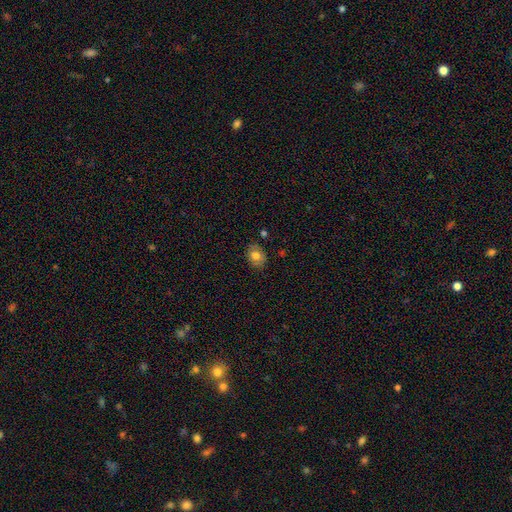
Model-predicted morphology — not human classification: Smooth or featured: smooth — 77% (featured or disk — 15%)
How rounded: in between — 61% (round — 38%)
Merging: none — 81% (minor disturbance — 14%)